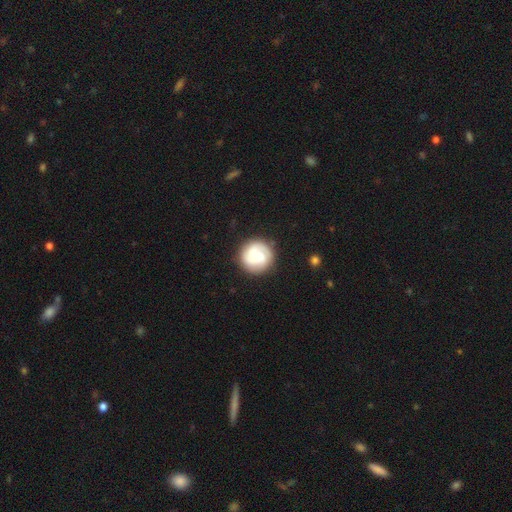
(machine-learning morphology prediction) A smooth galaxy with no disk features (50%). Merging: none (82%).